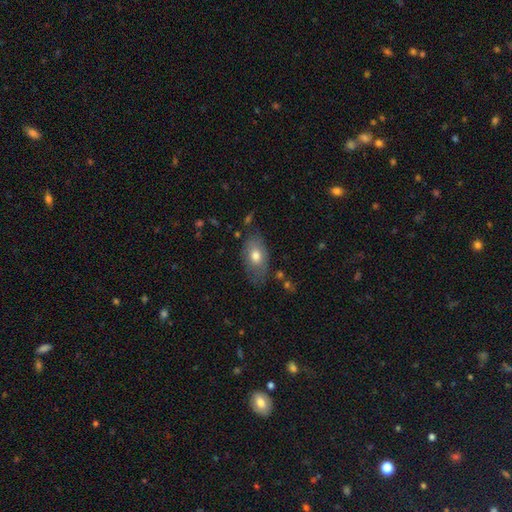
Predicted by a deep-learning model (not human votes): smooth_or_featured: smooth (p=0.72) [alt: featured or disk p=0.21]
how_rounded: in between (p=0.90) [alt: round p=0.08]
merging: none (p=0.65) [alt: minor disturbance p=0.24]